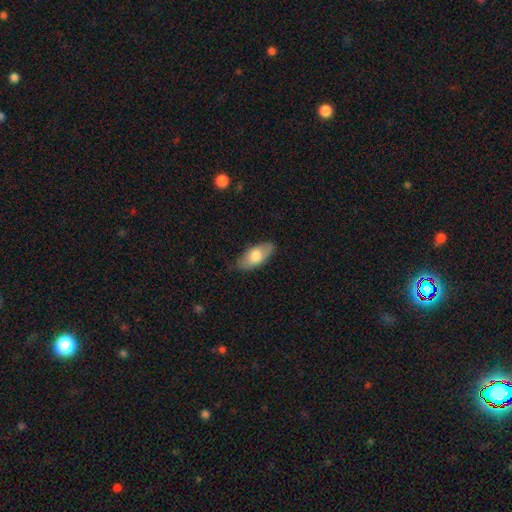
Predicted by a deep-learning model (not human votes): Q: Smooth or featured?
A: smooth (75%); runner-up: featured or disk (19%)
Q: How rounded?
A: in between (90%); runner-up: cigar-shaped (8%)
Q: Merging?
A: none (77%); runner-up: minor disturbance (18%)